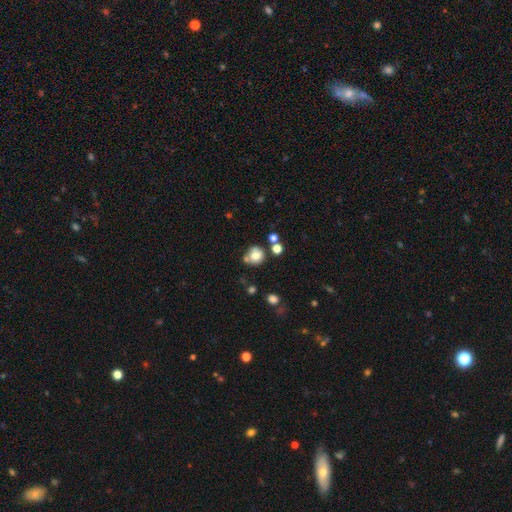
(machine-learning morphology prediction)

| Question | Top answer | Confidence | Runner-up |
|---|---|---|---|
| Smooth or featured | smooth | 72% | featured or disk (16%) |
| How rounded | round | 82% | in between (17%) |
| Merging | none | 57% | merger (20%) |